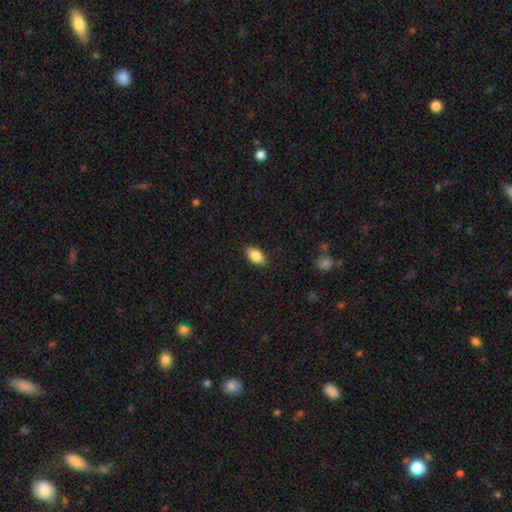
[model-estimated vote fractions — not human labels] smooth_or_featured: smooth (p=0.85) [alt: featured or disk p=0.08]
how_rounded: in between (p=0.90) [alt: round p=0.06]
merging: none (p=0.87) [alt: minor disturbance p=0.10]